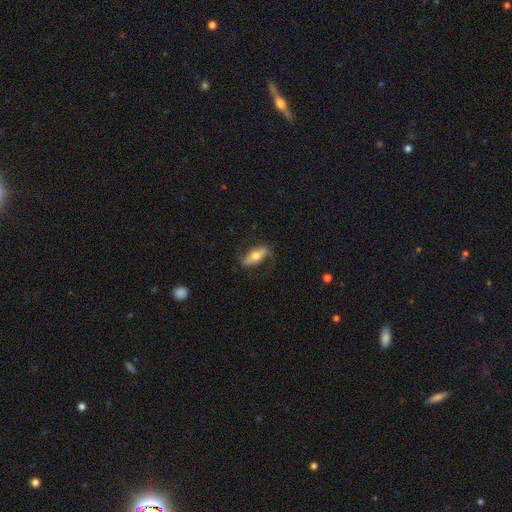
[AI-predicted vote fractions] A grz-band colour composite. It shows a featured or disk galaxy (52%). Merging: none (73%).